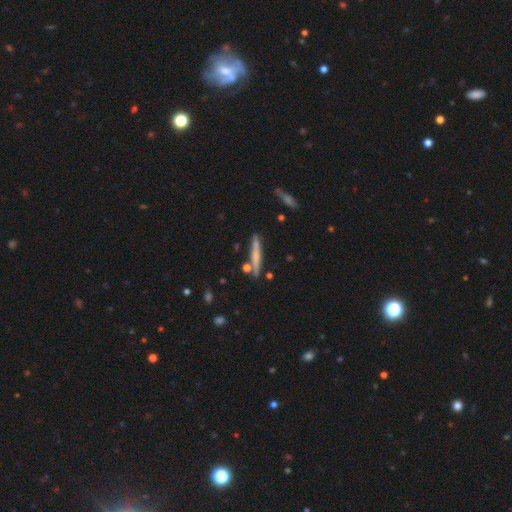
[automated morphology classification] smooth-or-featured: smooth: 55% | featured or disk: 38% | star or artifact: 7%
  how-rounded: cigar-shaped: 94% | in between: 4% | round: 2%
  merging: none: 83% | minor disturbance: 10% | merger: 5% | major disturbance: 2%